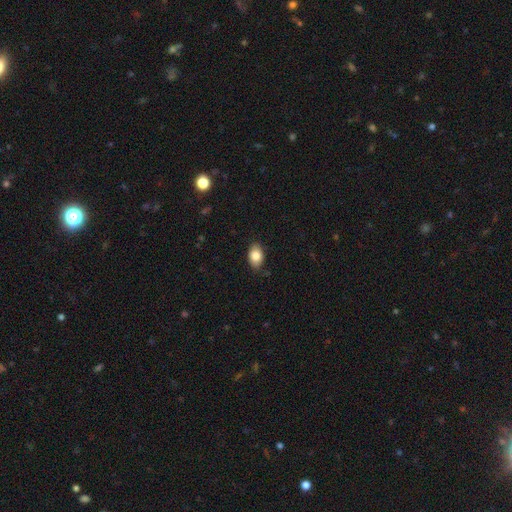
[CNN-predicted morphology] Smooth or featured: smooth — 84% (featured or disk — 8%)
How rounded: in between — 87% (round — 12%)
Merging: none — 83% (minor disturbance — 13%)